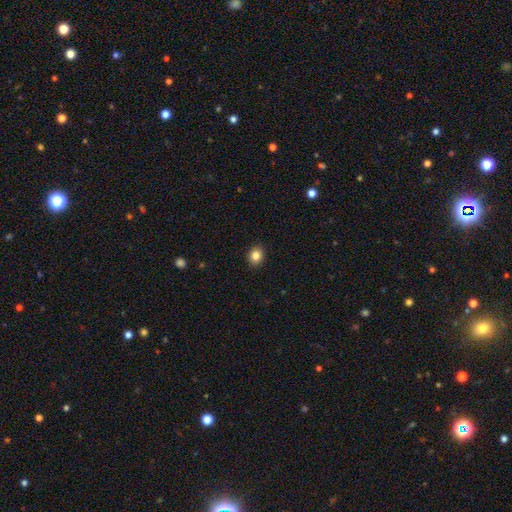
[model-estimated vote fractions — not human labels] Smooth or featured?
  - smooth: 84% *
  - star or artifact: 10%
  - featured or disk: 6%
How rounded?
  - round: 60% *
  - in between: 39%
  - cigar-shaped: 1%
Merging?
  - none: 90% *
  - minor disturbance: 7%
  - major disturbance: 2%
  - merger: 1%